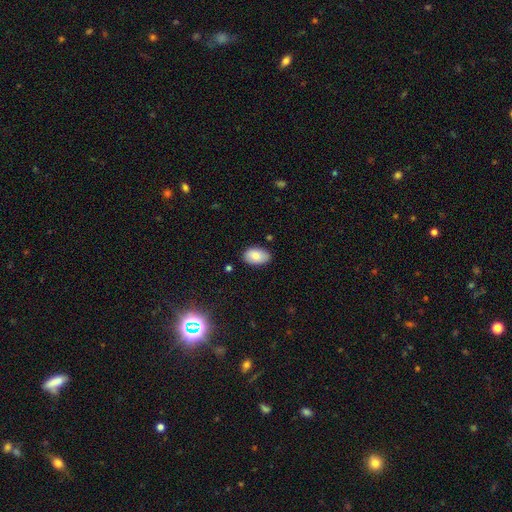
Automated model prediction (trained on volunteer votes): Overall: smooth (81%). How rounded: in between (92%). Merging: none (82%).